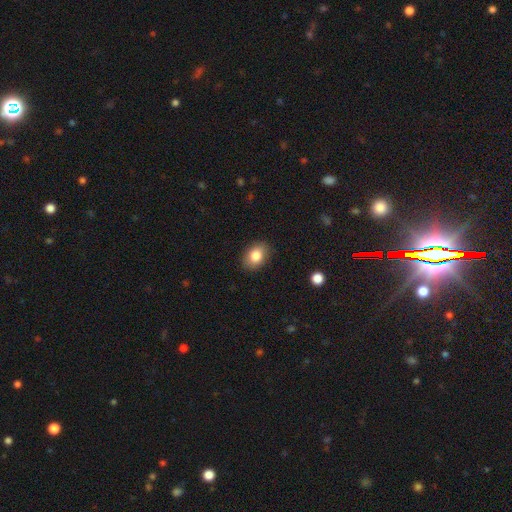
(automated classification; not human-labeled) Morphology: type=smooth (84%); roundness=in between (74%); merging=none (86%).